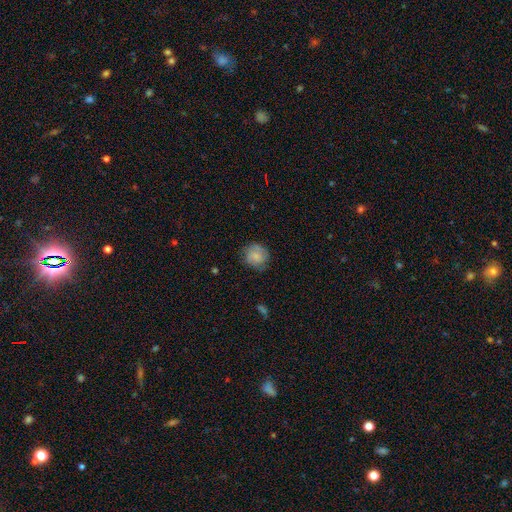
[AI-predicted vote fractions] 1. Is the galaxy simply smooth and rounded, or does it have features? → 72% smooth, 20% featured or disk, 8% star or artifact.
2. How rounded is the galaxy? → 86% round, 13% in between, 1% cigar-shaped.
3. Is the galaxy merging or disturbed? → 76% none, 19% minor disturbance, 5% major disturbance, 1% merger.